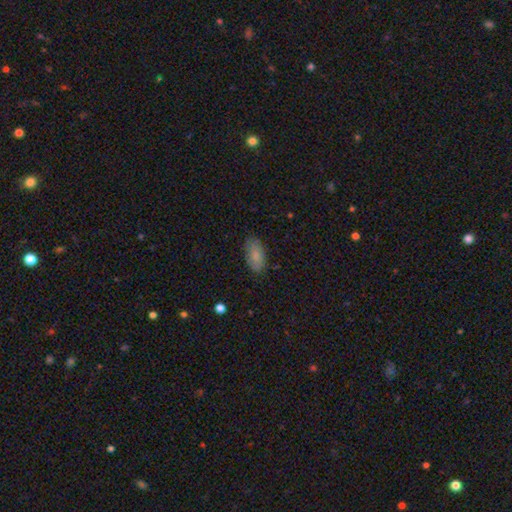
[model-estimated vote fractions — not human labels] This is likely a smooth galaxy (80%). How rounded: clearly in between (92%). Merging: clearly none (81%).